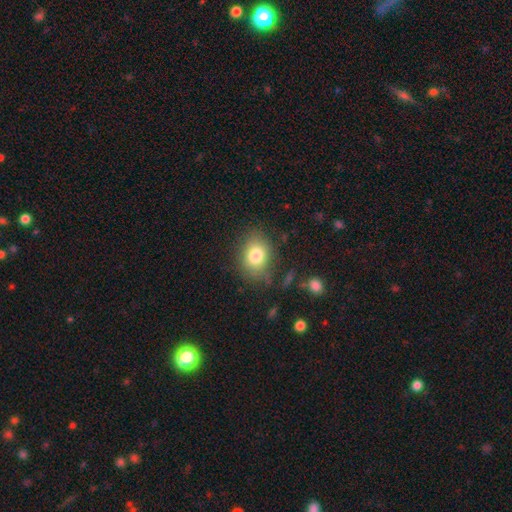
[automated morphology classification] This is clearly a smooth galaxy (80%). How rounded: possibly in between (52%). Merging: likely none (76%).